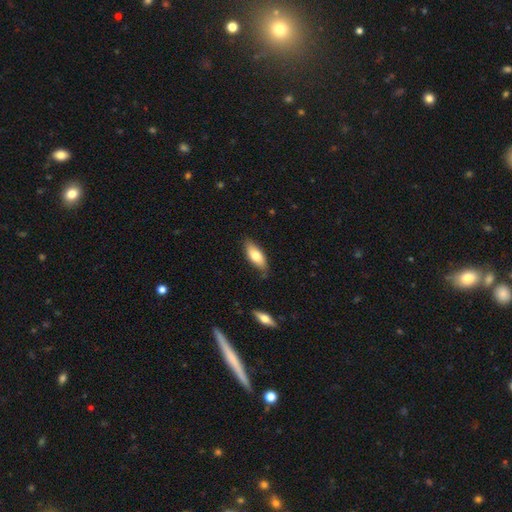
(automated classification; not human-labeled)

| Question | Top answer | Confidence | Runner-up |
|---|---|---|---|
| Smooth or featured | smooth | 75% | featured or disk (18%) |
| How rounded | in between | 80% | cigar-shaped (18%) |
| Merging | none | 74% | minor disturbance (20%) |